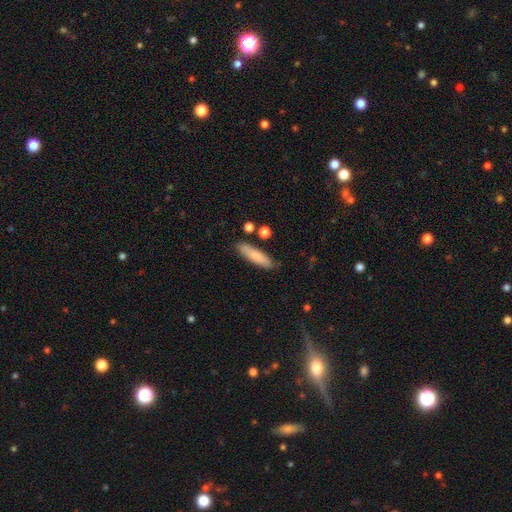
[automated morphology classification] type=smooth (79%); roundness=cigar-shaped (74%); merging=none (83%).